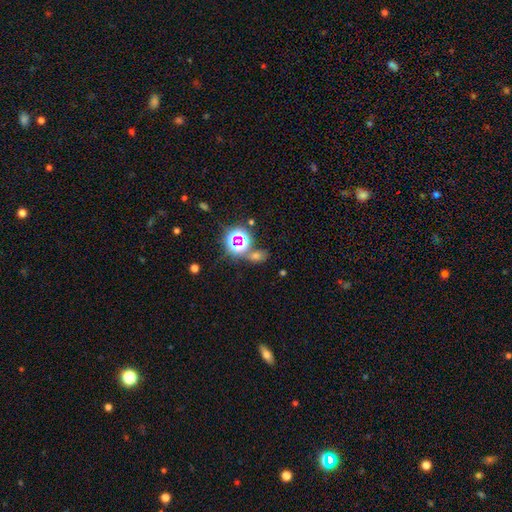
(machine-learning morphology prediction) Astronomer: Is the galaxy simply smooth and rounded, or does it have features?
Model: star or artifact — 55% (runner-up: smooth, 35%).